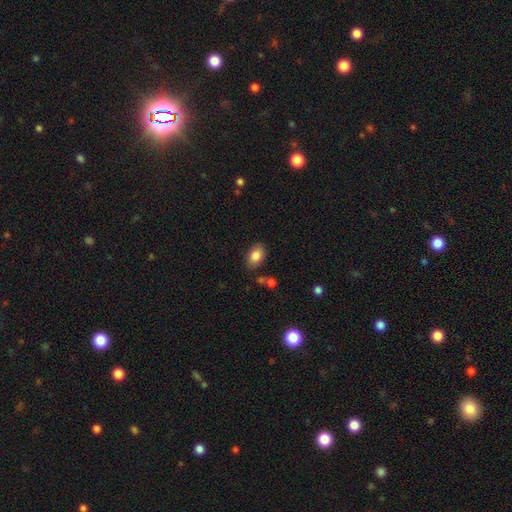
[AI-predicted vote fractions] Smooth or featured?
  - smooth: 85% *
  - star or artifact: 8%
  - featured or disk: 7%
How rounded?
  - in between: 87% *
  - round: 12%
  - cigar-shaped: 1%
Merging?
  - none: 81% *
  - minor disturbance: 12%
  - merger: 3%
  - major disturbance: 3%